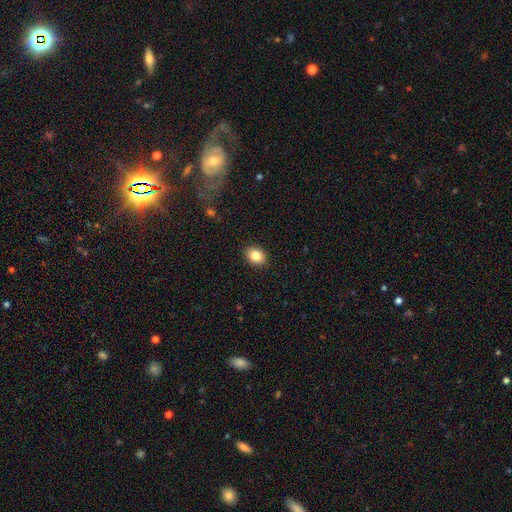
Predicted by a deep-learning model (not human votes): Smooth or featured? Predicted: smooth (p=0.84). How rounded? Predicted: in between (p=0.60). Merging? Predicted: none (p=0.90).